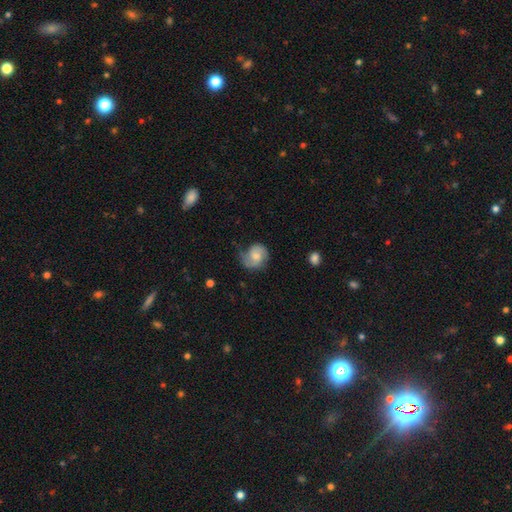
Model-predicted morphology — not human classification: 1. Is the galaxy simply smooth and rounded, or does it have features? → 61% featured or disk, 32% smooth, 7% star or artifact.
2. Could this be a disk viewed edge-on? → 98% no, 2% yes.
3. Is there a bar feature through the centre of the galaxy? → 59% no, 35% weak, 6% strong.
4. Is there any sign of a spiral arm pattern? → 92% yes, 8% no.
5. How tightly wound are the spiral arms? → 45% medium, 32% tight, 23% loose.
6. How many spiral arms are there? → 77% 2, 10% 1, 9% can't tell, 2% 3, 1% 4, 1% more than 4.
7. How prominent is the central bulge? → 51% moderate, 37% small, 5% none, 5% large, 1% dominant.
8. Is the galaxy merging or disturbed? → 58% none, 28% minor disturbance, 12% major disturbance, 2% merger.